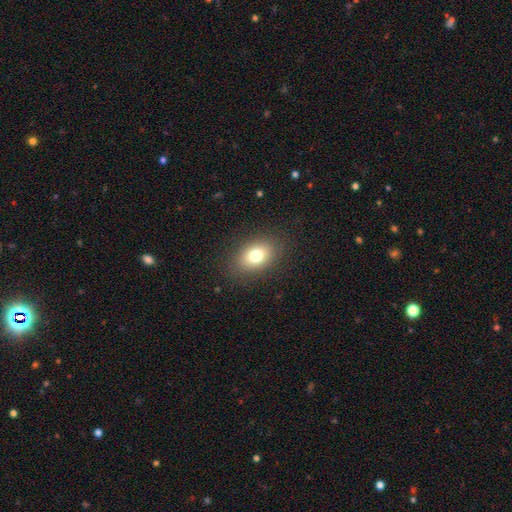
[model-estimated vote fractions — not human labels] Morphology: type=smooth (77%); roundness=in between (79%); merging=none (85%).